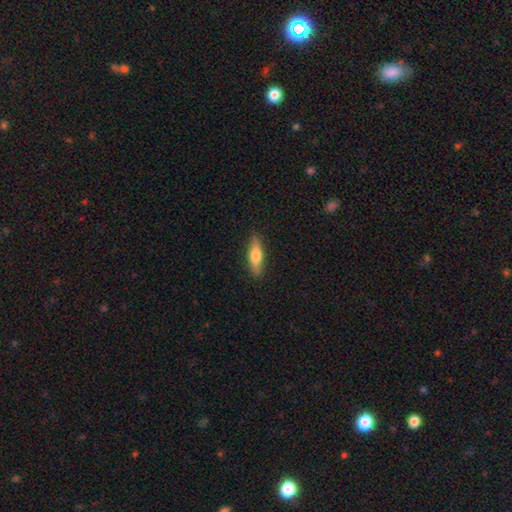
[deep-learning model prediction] Smooth or featured? smooth (58%)
How rounded? cigar-shaped (60%)
Merging? none (88%)